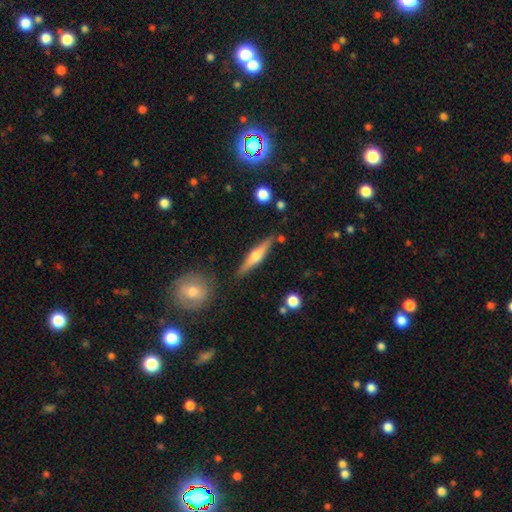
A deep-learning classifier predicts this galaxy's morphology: type=featured or disk (63%); edge-on=yes (96%); edge-on bulge=rounded (91%); merging=none (85%).